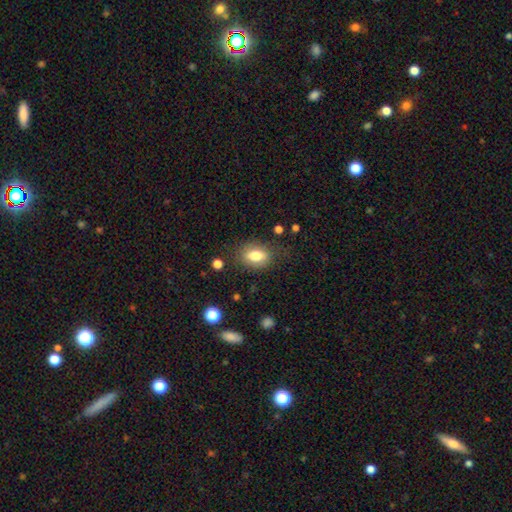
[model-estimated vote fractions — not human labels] A smooth galaxy with no disk features (78%) that is in between round and cigar-shaped (76%). Merging: none (76%).